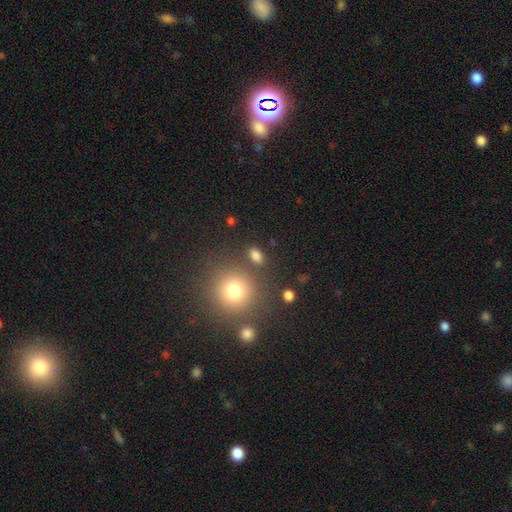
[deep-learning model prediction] Morphology: type=smooth (81%); roundness=in between (74%); merging=none (80%).